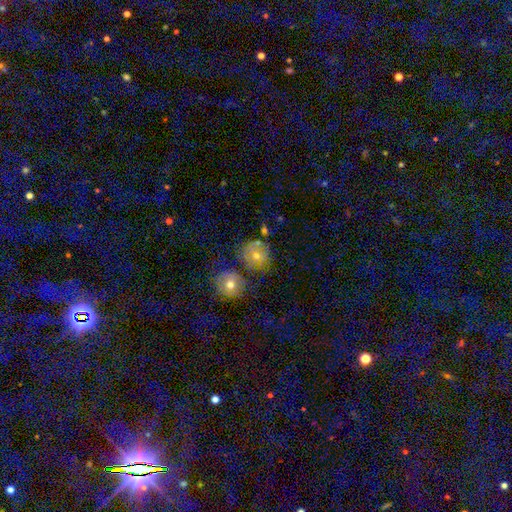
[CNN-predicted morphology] Smooth or featured: smooth — 47% (featured or disk — 39%)
Merging: none — 58% (minor disturbance — 17%)